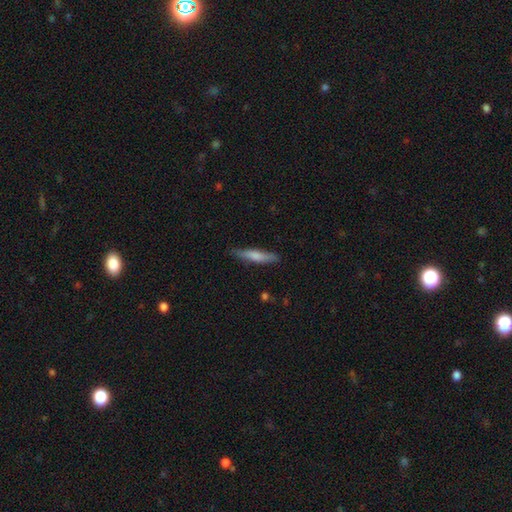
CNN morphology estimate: Overall: smooth (67%). How rounded: cigar-shaped (86%). Merging: none (83%).